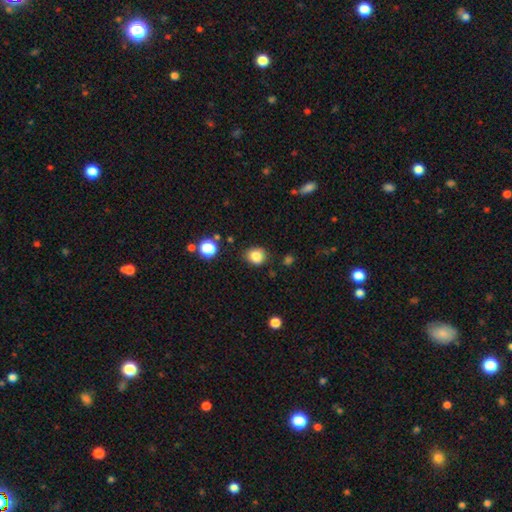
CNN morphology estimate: Q: Smooth or featured?
A: smooth (84%); runner-up: star or artifact (11%)
Q: How rounded?
A: round (66%); runner-up: in between (33%)
Q: Merging?
A: none (79%); runner-up: minor disturbance (14%)